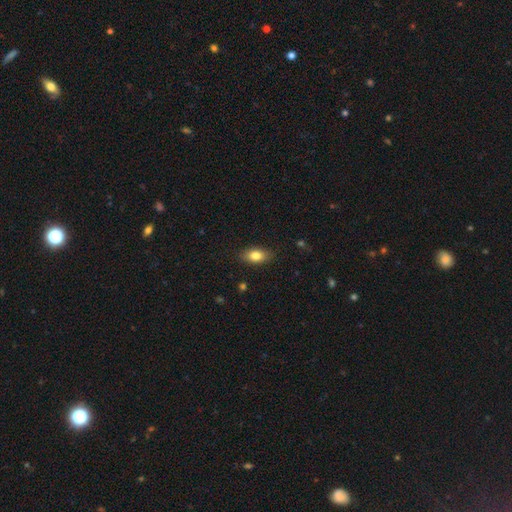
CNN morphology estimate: A smooth galaxy with no disk features (82%) that is in between round and cigar-shaped (88%). Merging: none (87%).